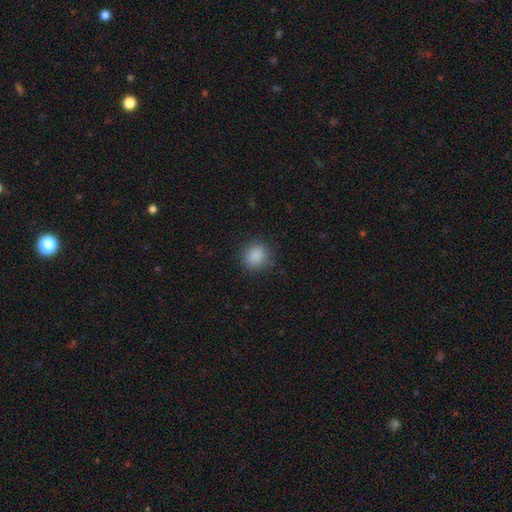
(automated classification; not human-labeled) Overall: smooth (87%). How rounded: round (81%). Merging: none (87%).